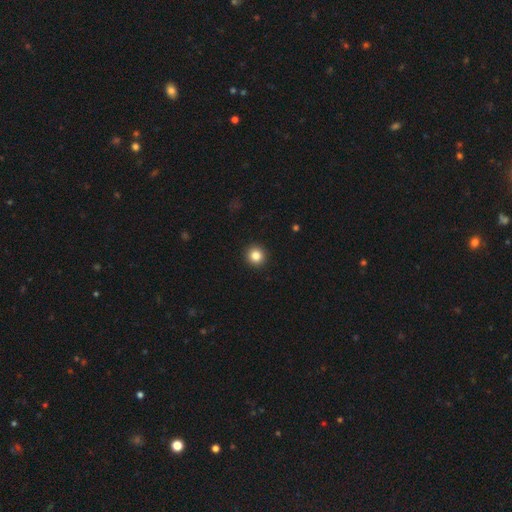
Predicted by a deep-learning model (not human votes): The model was most divided on "smooth or featured": smooth: 85%, star or artifact: 11%, featured or disk: 5%. More confident: how rounded — round (94%); merging — none (93%).